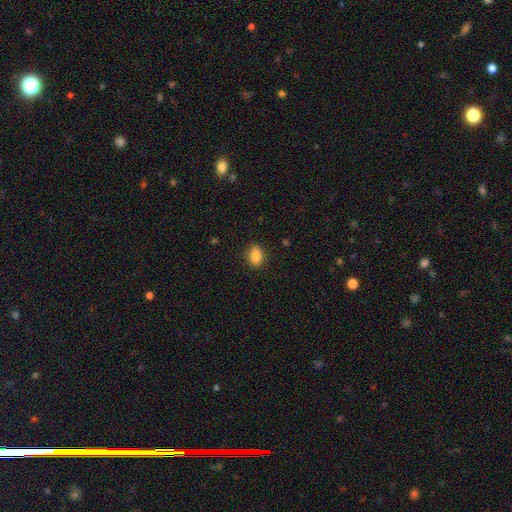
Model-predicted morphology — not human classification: smooth-or-featured: smooth: 86% | star or artifact: 8% | featured or disk: 6%
  how-rounded: in between: 82% | round: 14% | cigar-shaped: 4%
  merging: none: 87% | minor disturbance: 10% | major disturbance: 2% | merger: 1%